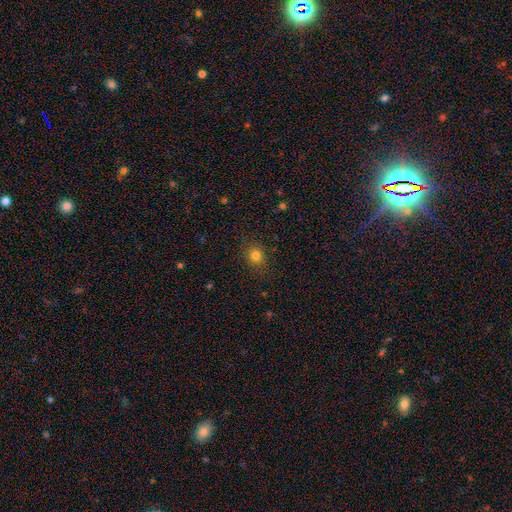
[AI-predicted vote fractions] Smooth or featured? Predicted: smooth (p=0.79). How rounded? Predicted: round (p=0.77). Merging? Predicted: none (p=0.88).